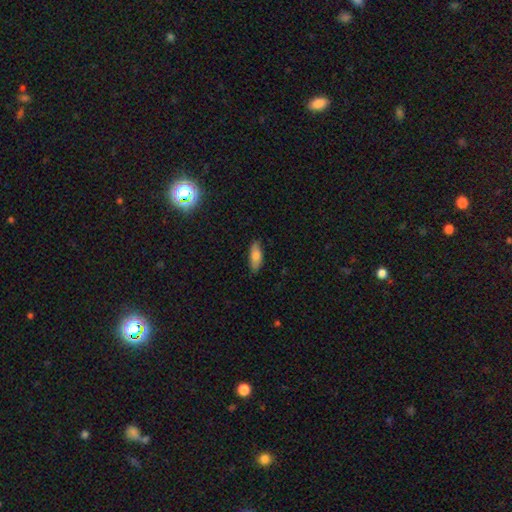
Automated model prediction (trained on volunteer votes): Smooth or featured? Predicted: smooth (p=0.80). How rounded? Predicted: in between (p=0.74). Merging? Predicted: none (p=0.83).